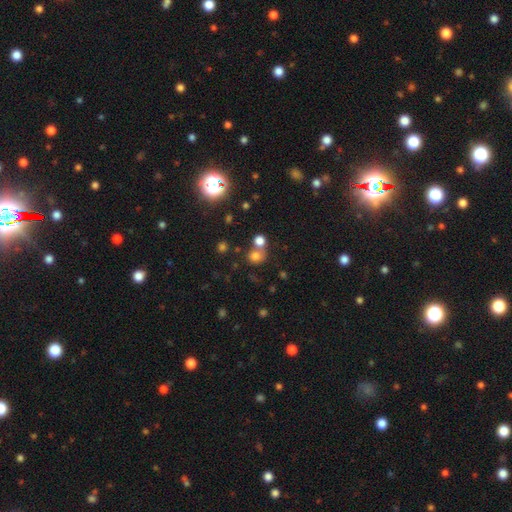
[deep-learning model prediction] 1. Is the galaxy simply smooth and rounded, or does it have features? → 71% smooth, 20% star or artifact, 9% featured or disk.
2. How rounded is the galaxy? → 82% round, 17% in between, 1% cigar-shaped.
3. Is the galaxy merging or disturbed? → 52% none, 36% merger, 8% minor disturbance, 4% major disturbance.